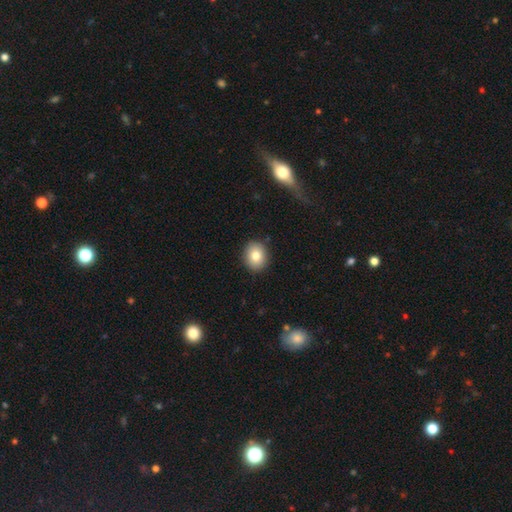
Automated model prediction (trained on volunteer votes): Q: Smooth or featured?
A: smooth (79%); runner-up: featured or disk (11%)
Q: How rounded?
A: round (65%); runner-up: in between (34%)
Q: Merging?
A: none (89%); runner-up: minor disturbance (8%)